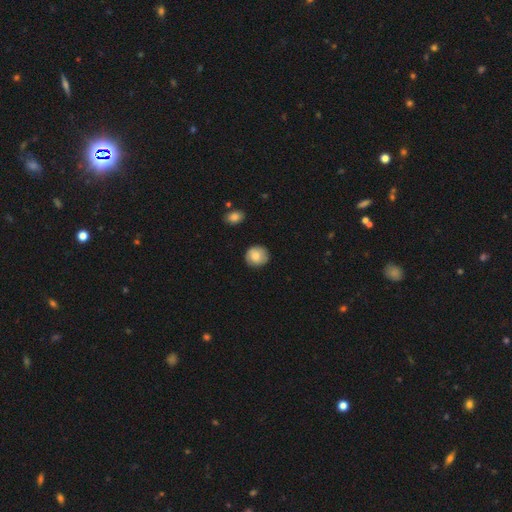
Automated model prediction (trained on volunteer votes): The model was most divided on "smooth or featured": smooth: 81%, featured or disk: 12%, star or artifact: 7%. More confident: how rounded — round (87%); merging — none (84%).